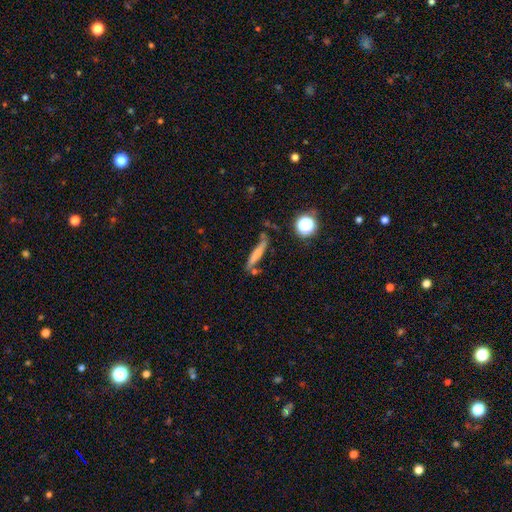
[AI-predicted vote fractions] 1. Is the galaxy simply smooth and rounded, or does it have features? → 60% smooth, 29% featured or disk, 11% star or artifact.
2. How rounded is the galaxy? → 88% cigar-shaped, 9% in between, 4% round.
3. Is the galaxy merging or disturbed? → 69% none, 16% minor disturbance, 9% merger, 5% major disturbance.